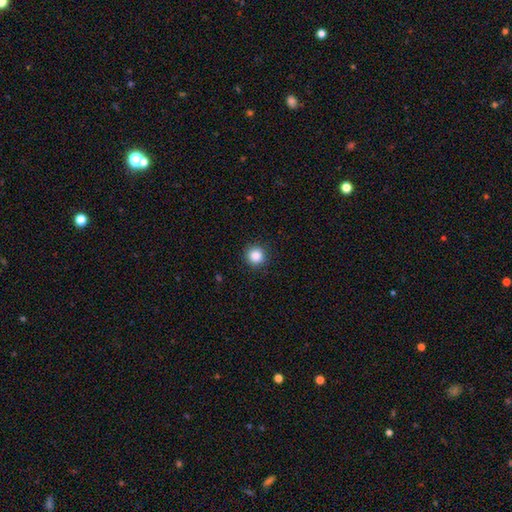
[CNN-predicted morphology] Q: Smooth or featured?
A: smooth (87%); runner-up: star or artifact (10%)
Q: How rounded?
A: round (94%); runner-up: in between (5%)
Q: Merging?
A: none (91%); runner-up: minor disturbance (6%)